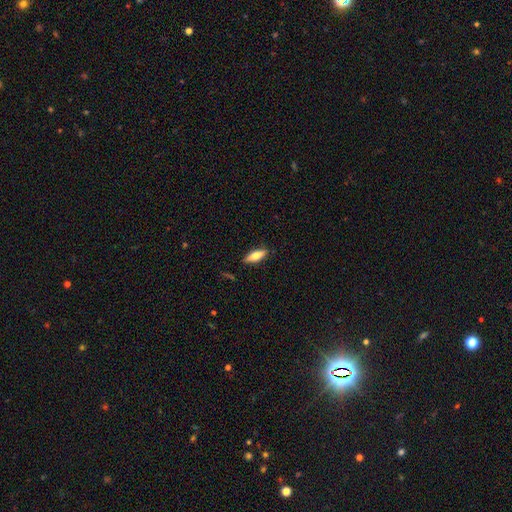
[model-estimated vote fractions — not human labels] Smooth or featured? Predicted: smooth (p=0.67). How rounded? Predicted: in between (p=0.58). Merging? Predicted: none (p=0.87).